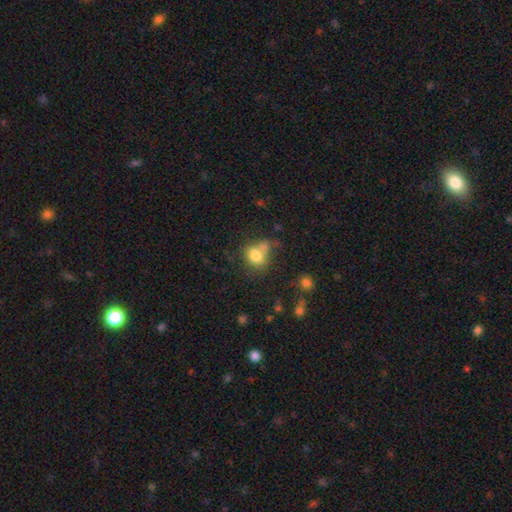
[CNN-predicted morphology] smooth 77%, featured or disk 12%, star or artifact 11%. Down the decision tree: how rounded — round (53%); merging — none (40%).